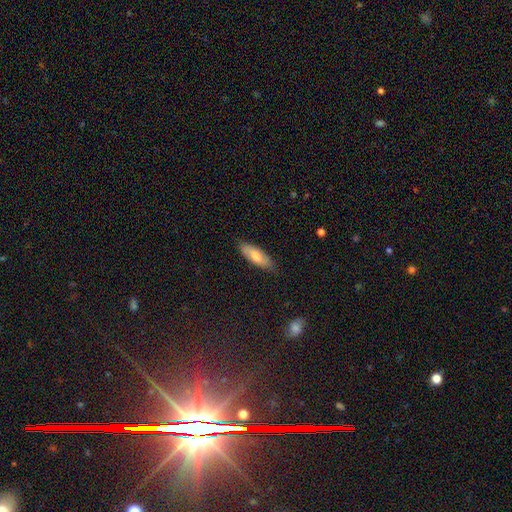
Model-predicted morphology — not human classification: Smooth or featured: smooth — 68% (featured or disk — 26%)
How rounded: in between — 50% (cigar-shaped — 48%)
Merging: none — 84% (minor disturbance — 13%)